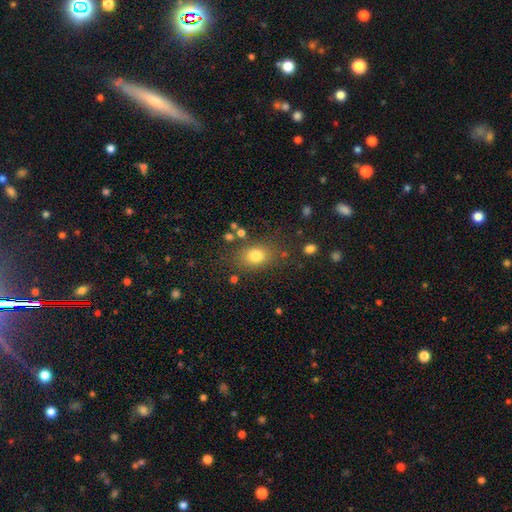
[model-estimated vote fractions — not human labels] smooth-or-featured: smooth: 79% | star or artifact: 12% | featured or disk: 9%
  how-rounded: in between: 60% | round: 39% | cigar-shaped: 1%
  merging: none: 76% | minor disturbance: 14% | major disturbance: 6% | merger: 4%